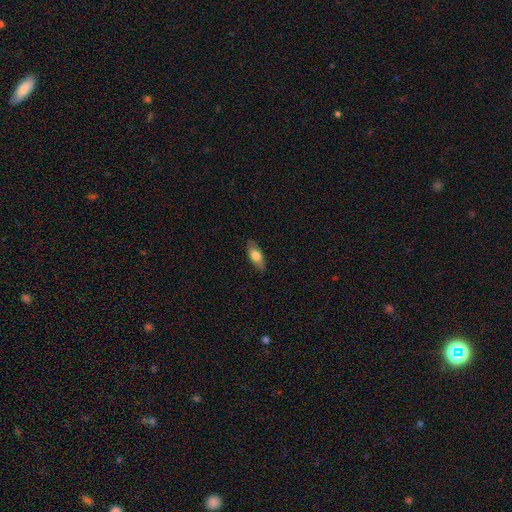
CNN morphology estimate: A smooth galaxy with no disk features (71%) that is in between round and cigar-shaped (79%).

Vote fractions:
- Smooth or featured? smooth: 71% / featured or disk: 23% / star or artifact: 6%
- How rounded? in between: 79% / cigar-shaped: 18% / round: 3%
- Merging? none: 85% / minor disturbance: 12% / major disturbance: 2% / merger: 1%